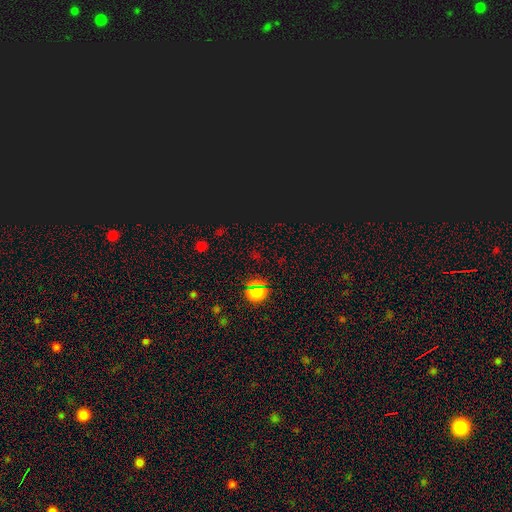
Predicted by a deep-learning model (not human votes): smooth_or_featured: star or artifact (p=0.73) [alt: smooth p=0.20]